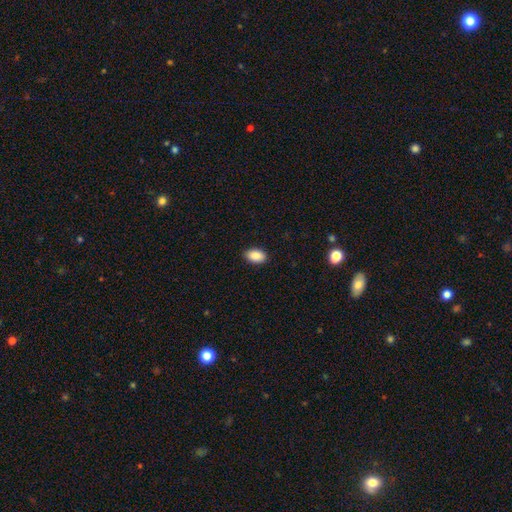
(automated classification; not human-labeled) This is clearly a smooth galaxy (89%). How rounded: clearly in between (92%). Merging: clearly none (89%).